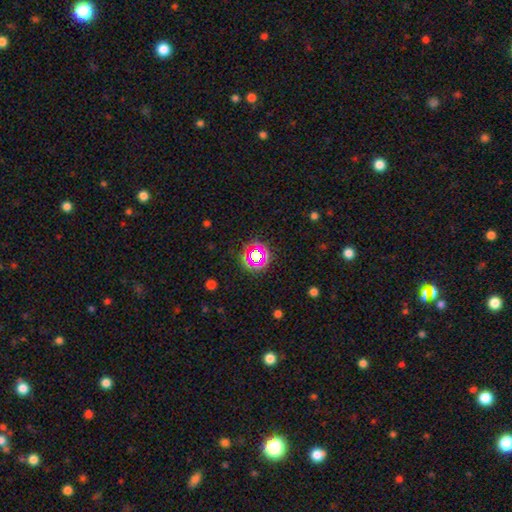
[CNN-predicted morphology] This is likely a star or artifact rather than a galaxy (60%).